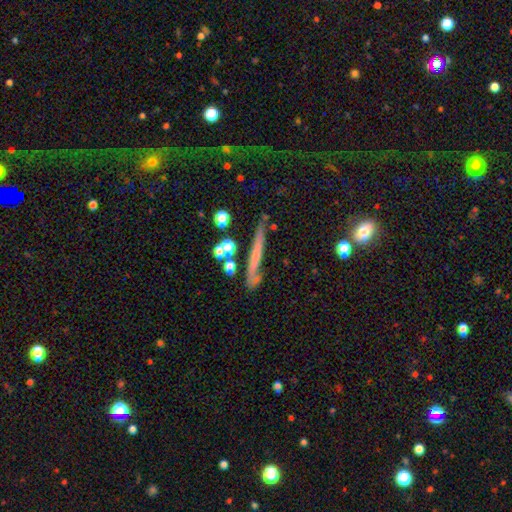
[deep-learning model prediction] smooth 47%, featured or disk 42%, star or artifact 11%. Down the decision tree: merging — none (70%).